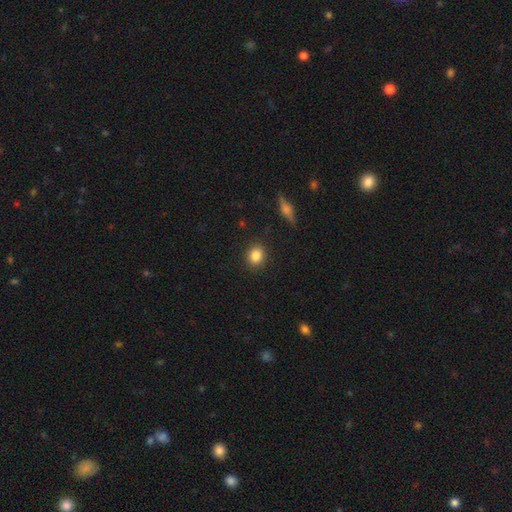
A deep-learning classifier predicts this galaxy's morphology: Smooth or featured? Predicted: smooth (p=0.85). How rounded? Predicted: round (p=0.68). Merging? Predicted: none (p=0.89).